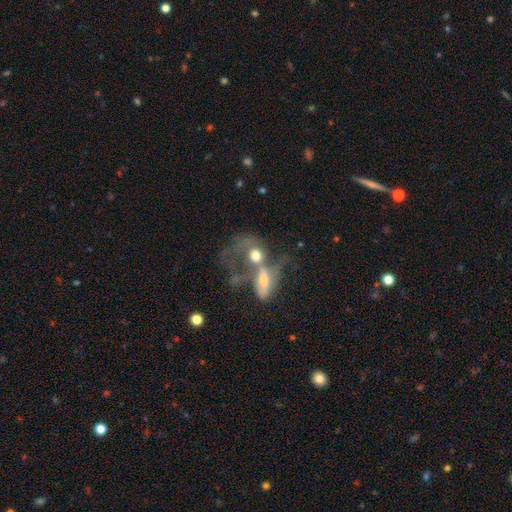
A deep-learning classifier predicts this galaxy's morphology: smooth-or-featured: smooth: 46% | featured or disk: 44% | star or artifact: 10%
  merging: merger: 73% | major disturbance: 13% | none: 9% | minor disturbance: 5%